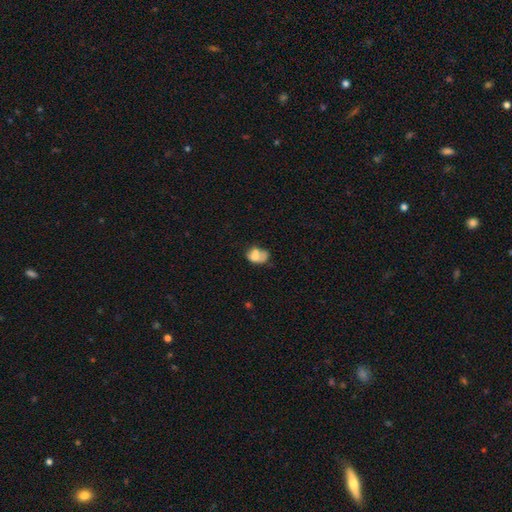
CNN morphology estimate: Smooth or featured?
  - smooth: 62% *
  - featured or disk: 28%
  - star or artifact: 10%
How rounded?
  - in between: 68% *
  - round: 31%
  - cigar-shaped: 1%
Merging?
  - merger: 36% *
  - none: 26%
  - minor disturbance: 20%
  - major disturbance: 18%